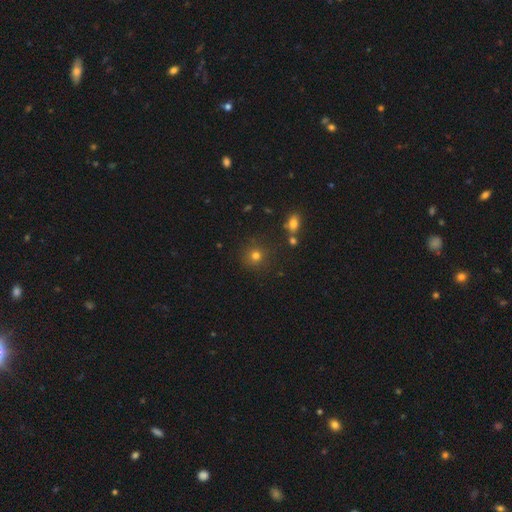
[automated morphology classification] This appears to be a smooth galaxy with no disk features (76%) that is round (90%). Merging: none (84%).